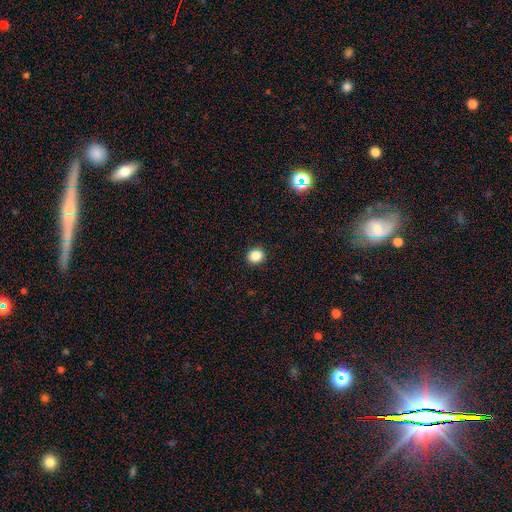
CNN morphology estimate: smooth 86%, star or artifact 11%, featured or disk 4%. Down the decision tree: how rounded — round (78%); merging — none (91%).